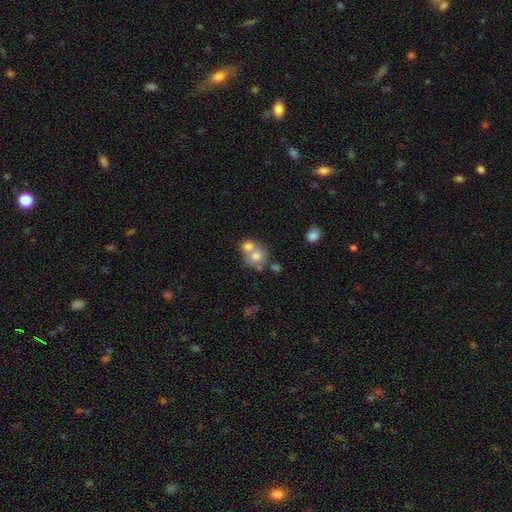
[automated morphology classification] A smooth galaxy with no disk features (70%) that is round (77%).

Vote fractions:
- Smooth or featured? smooth: 70% / featured or disk: 21% / star or artifact: 10%
- How rounded? round: 77% / in between: 22% / cigar-shaped: 1%
- Merging? merger: 59% / none: 32% / minor disturbance: 7% / major disturbance: 3%